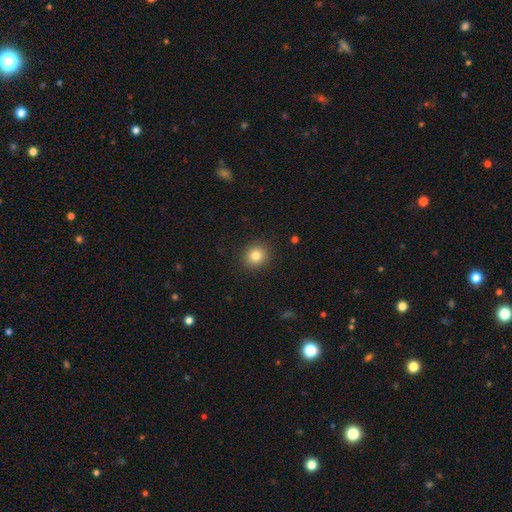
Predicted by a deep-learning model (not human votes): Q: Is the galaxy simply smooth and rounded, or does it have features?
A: smooth — 82%.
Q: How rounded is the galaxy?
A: round — 86%.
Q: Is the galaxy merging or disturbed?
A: none — 91%.